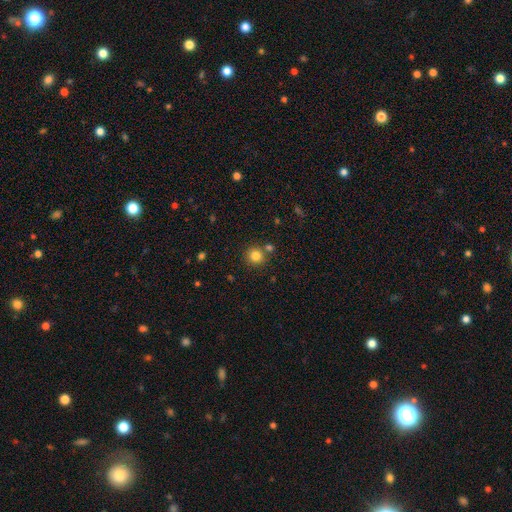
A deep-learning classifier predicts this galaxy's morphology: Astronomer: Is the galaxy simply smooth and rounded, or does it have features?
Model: smooth — 82%.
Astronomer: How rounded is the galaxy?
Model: round — 92%.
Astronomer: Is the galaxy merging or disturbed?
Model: none — 77%.